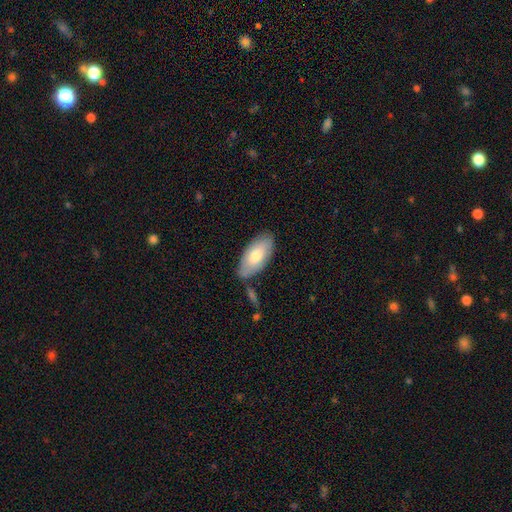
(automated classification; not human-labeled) Smooth or featured?
  - smooth: 74% *
  - featured or disk: 21%
  - star or artifact: 6%
How rounded?
  - in between: 92% *
  - cigar-shaped: 6%
  - round: 2%
Merging?
  - none: 74% *
  - minor disturbance: 16%
  - merger: 7%
  - major disturbance: 3%